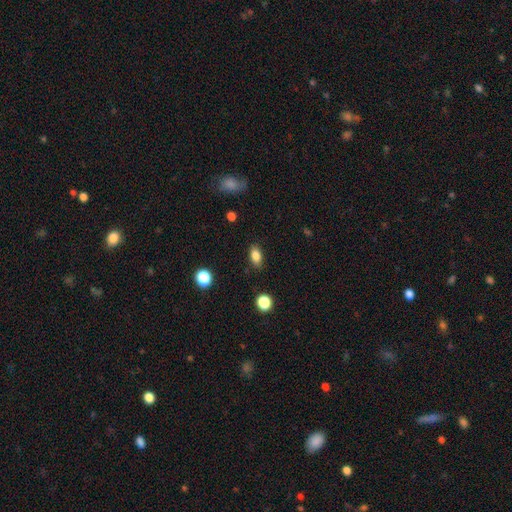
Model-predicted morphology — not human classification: Smooth or featured? Predicted: smooth (p=0.84). How rounded? Predicted: in between (p=0.85). Merging? Predicted: none (p=0.86).